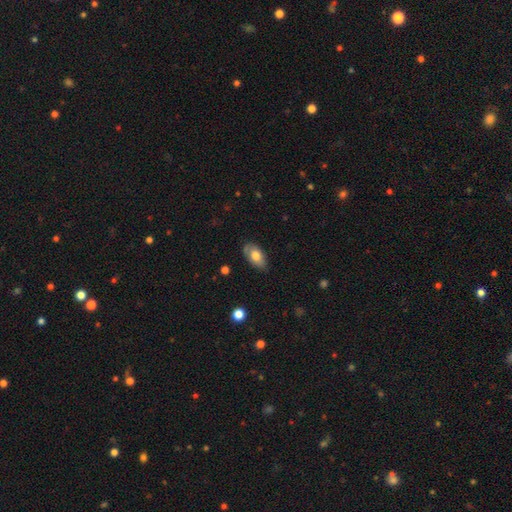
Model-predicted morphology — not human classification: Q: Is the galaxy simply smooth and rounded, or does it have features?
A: smooth — 70%.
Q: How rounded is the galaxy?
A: in between — 92%.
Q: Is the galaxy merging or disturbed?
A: none — 70%.